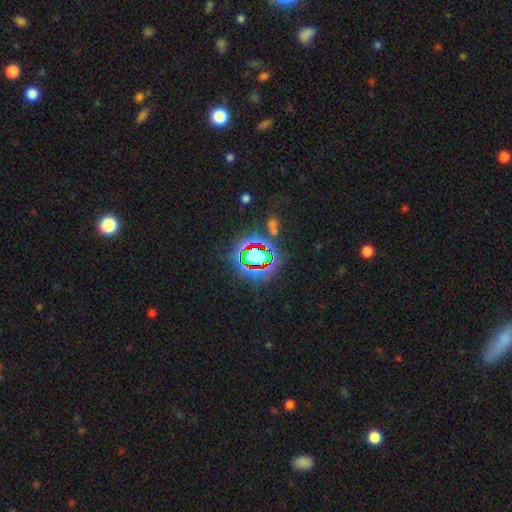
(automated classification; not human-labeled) Smooth or featured?
  - star or artifact: 68% *
  - smooth: 20%
  - featured or disk: 13%